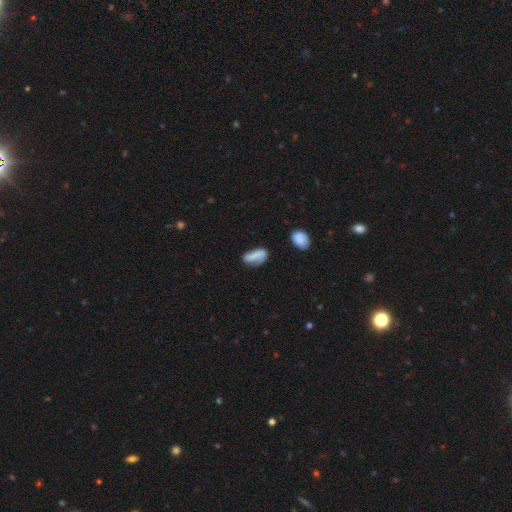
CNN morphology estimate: The model was most divided on "merging": none: 55%, minor disturbance: 28%, major disturbance: 10%, merger: 6%. More confident: how rounded — in between (79%); smooth or featured — smooth (71%).